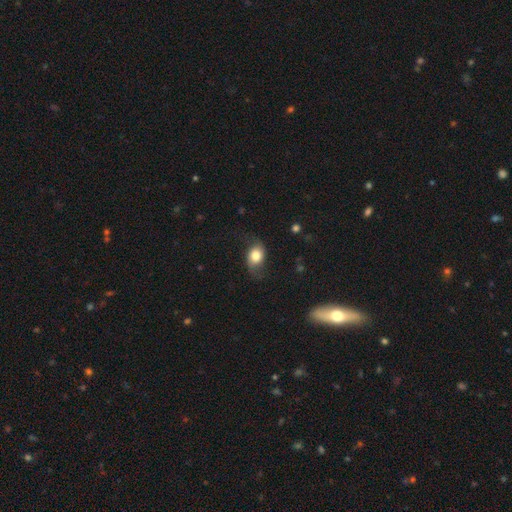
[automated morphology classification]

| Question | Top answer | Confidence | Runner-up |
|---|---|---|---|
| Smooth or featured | smooth | 61% | featured or disk (31%) |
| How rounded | in between | 68% | round (30%) |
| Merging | none | 62% | minor disturbance (23%) |